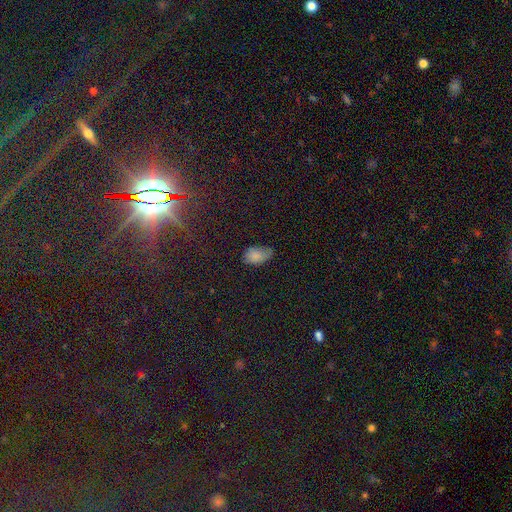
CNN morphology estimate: smooth-or-featured: smooth: 79% | star or artifact: 12% | featured or disk: 8%
  how-rounded: in between: 91% | round: 8% | cigar-shaped: 2%
  merging: none: 43% | minor disturbance: 42% | major disturbance: 12% | merger: 3%